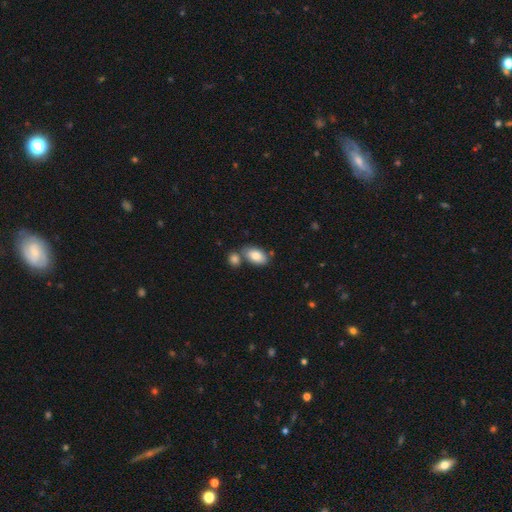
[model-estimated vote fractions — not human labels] A smooth galaxy with no disk features (82%) that is in between round and cigar-shaped (92%). Merging: none (58%).